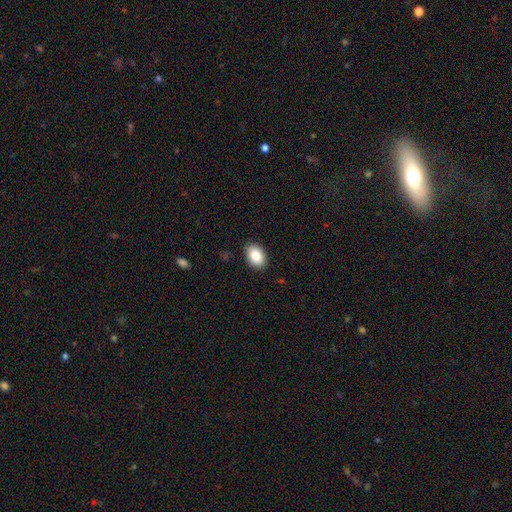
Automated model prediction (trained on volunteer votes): This is clearly a smooth galaxy (87%). How rounded: clearly in between (87%). Merging: clearly none (89%).